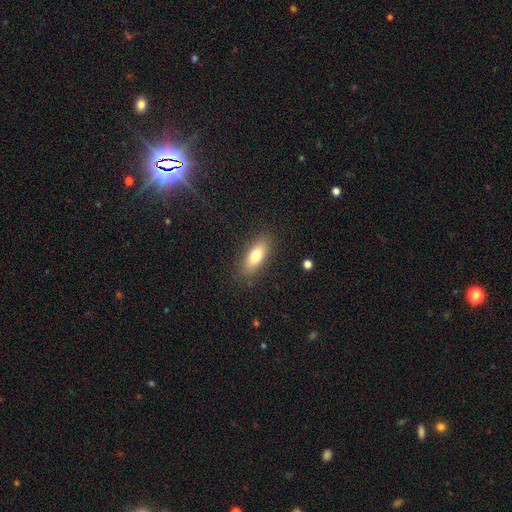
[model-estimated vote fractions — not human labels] Smooth or featured: smooth — 74% (featured or disk — 19%)
How rounded: in between — 71% (cigar-shaped — 26%)
Merging: none — 85% (minor disturbance — 11%)